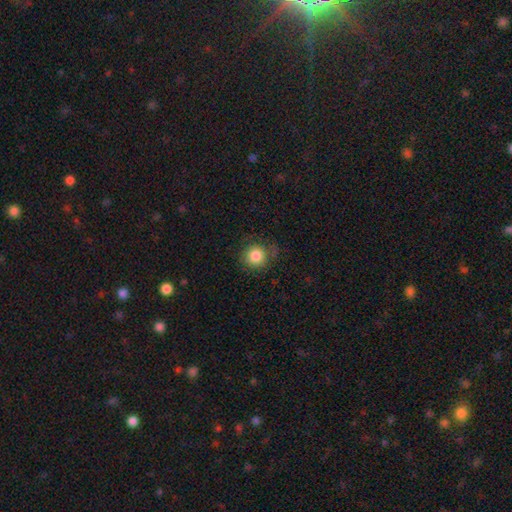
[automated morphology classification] A smooth galaxy with no disk features (85%) that is round (92%).

Vote fractions:
- Smooth or featured? smooth: 85% / star or artifact: 10% / featured or disk: 5%
- How rounded? round: 92% / in between: 7% / cigar-shaped: 1%
- Merging? none: 79% / minor disturbance: 15% / major disturbance: 5% / merger: 1%